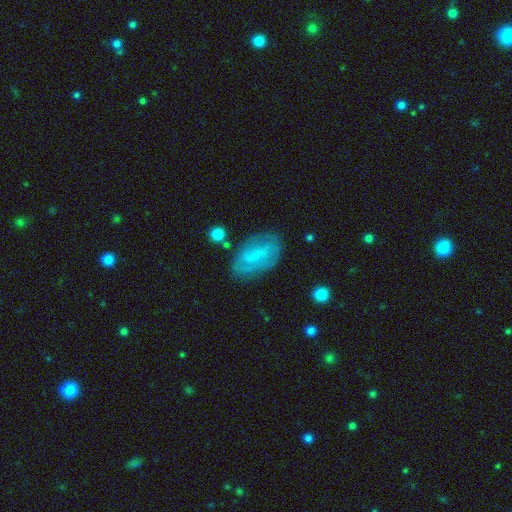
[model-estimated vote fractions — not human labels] Q: Smooth or featured?
A: featured or disk (57%); runner-up: smooth (36%)
Q: Edge-on disk?
A: no (93%); runner-up: yes (7%)
Q: Bar?
A: weak (51%); runner-up: no (29%)
Q: Spiral arms?
A: yes (64%); runner-up: no (36%)
Q: Bulge size?
A: small (72%); runner-up: moderate (18%)
Q: Merging?
A: none (74%); runner-up: minor disturbance (18%)